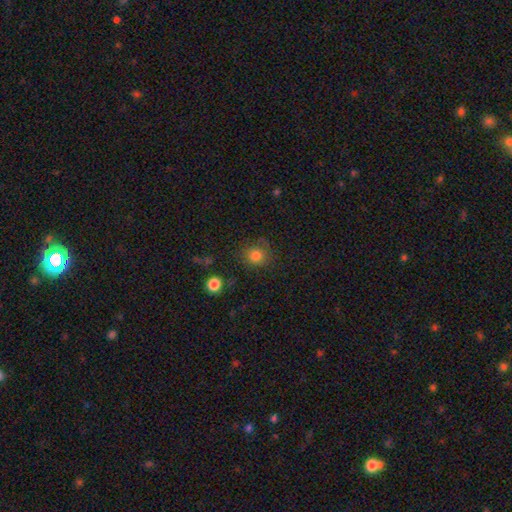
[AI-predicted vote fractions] The model was most divided on "merging": none: 75%, minor disturbance: 16%, major disturbance: 7%, merger: 2%. More confident: how rounded — round (86%); smooth or featured — smooth (80%).